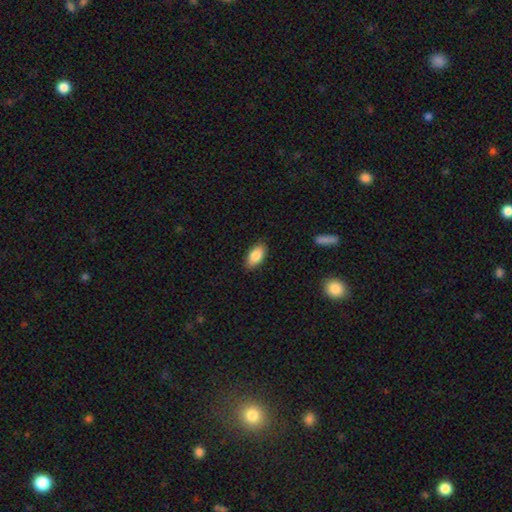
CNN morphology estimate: Smooth or featured?
  - smooth: 86% *
  - featured or disk: 8%
  - star or artifact: 7%
How rounded?
  - in between: 92% *
  - cigar-shaped: 4%
  - round: 3%
Merging?
  - none: 87% *
  - minor disturbance: 10%
  - major disturbance: 2%
  - merger: 1%